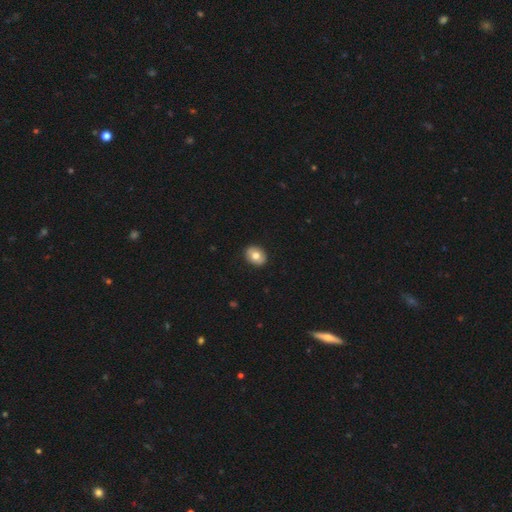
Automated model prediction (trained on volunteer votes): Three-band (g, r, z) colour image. It shows a smooth galaxy with no disk features (77%) that is in between round and cigar-shaped (59%). Merging: none (91%).